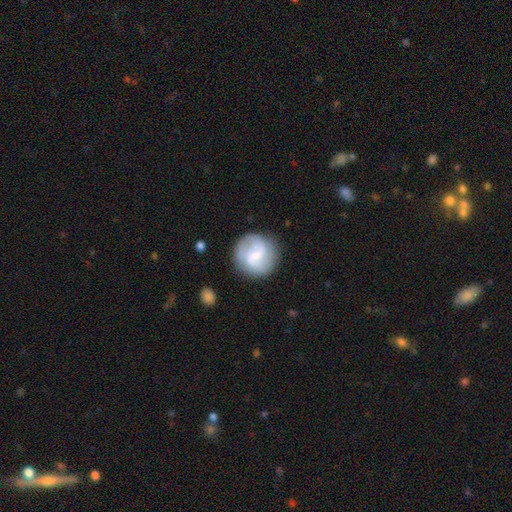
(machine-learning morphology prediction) Q: Smooth or featured?
A: featured or disk (67%); runner-up: smooth (27%)
Q: Edge-on disk?
A: no (98%); runner-up: yes (2%)
Q: Bar?
A: weak (54%); runner-up: no (31%)
Q: Spiral arms?
A: yes (90%); runner-up: no (10%)
Q: Spiral winding?
A: medium (46%); runner-up: loose (30%)
Q: Spiral arm count?
A: 2 (76%); runner-up: can't tell (11%)
Q: Bulge size?
A: small (63%); runner-up: moderate (24%)
Q: Merging?
A: none (79%); runner-up: minor disturbance (14%)